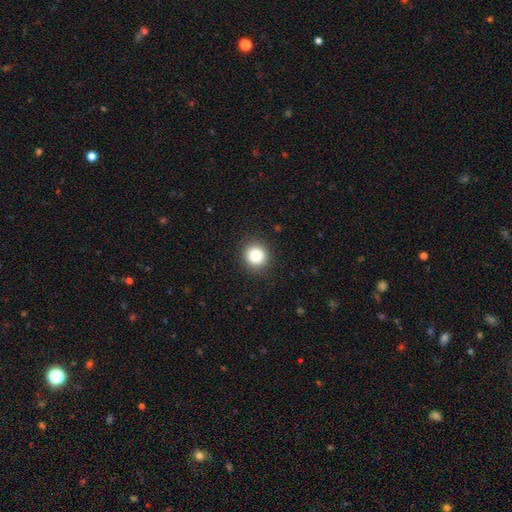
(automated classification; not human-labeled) smooth 84%, star or artifact 10%, featured or disk 6%. Down the decision tree: how rounded — round (89%); merging — none (90%).